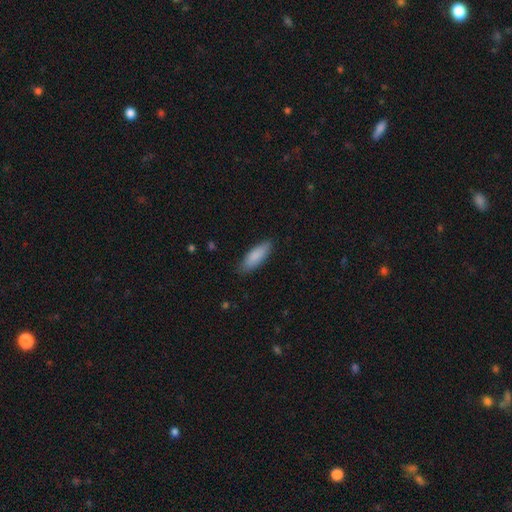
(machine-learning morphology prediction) Smooth or featured: smooth — 88% (featured or disk — 7%)
How rounded: in between — 64% (cigar-shaped — 34%)
Merging: none — 84% (minor disturbance — 13%)